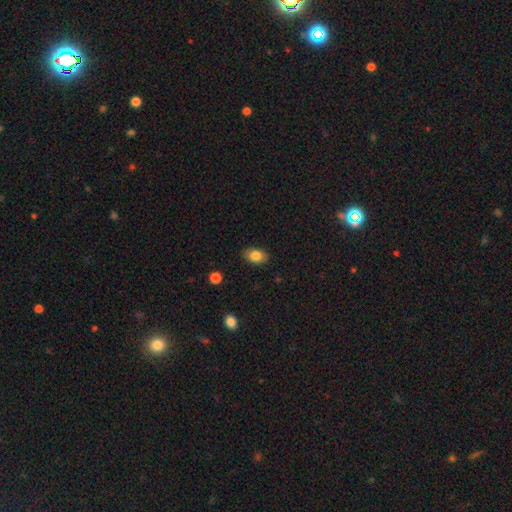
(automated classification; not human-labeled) Smooth or featured? Predicted: smooth (p=0.82). How rounded? Predicted: in between (p=0.87). Merging? Predicted: none (p=0.87).